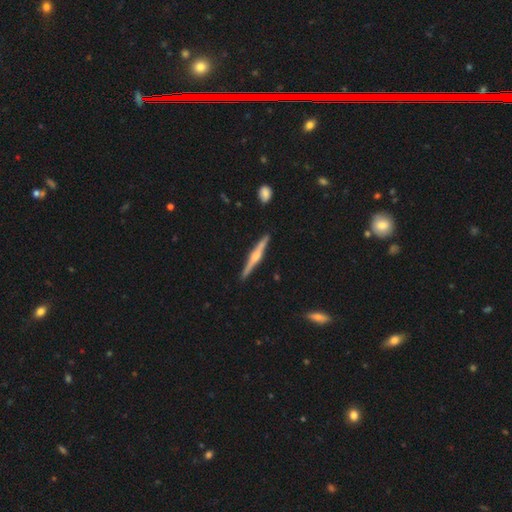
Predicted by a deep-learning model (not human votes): Smooth or featured?
  - featured or disk: 73% *
  - smooth: 22%
  - star or artifact: 5%
Edge-on disk?
  - yes: 98% *
  - no: 2%
Edge-on bulge?
  - rounded: 82% *
  - boxy: 11%
  - none: 7%
Merging?
  - none: 90% *
  - minor disturbance: 7%
  - merger: 1%
  - major disturbance: 1%